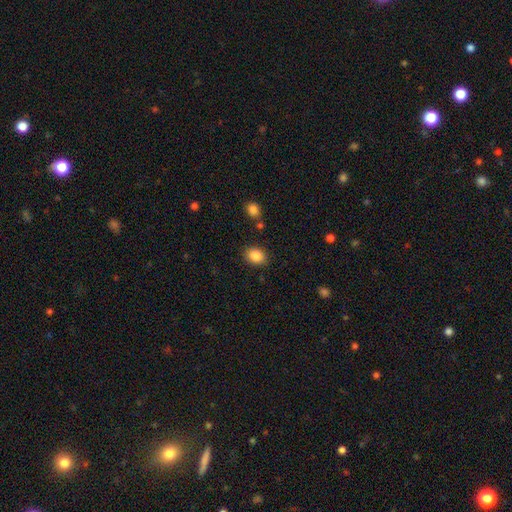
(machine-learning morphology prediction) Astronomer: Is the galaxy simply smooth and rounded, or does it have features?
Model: smooth — 86%.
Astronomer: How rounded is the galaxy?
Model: in between — 58% (runner-up: round, 41%).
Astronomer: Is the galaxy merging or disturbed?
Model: none — 85%.